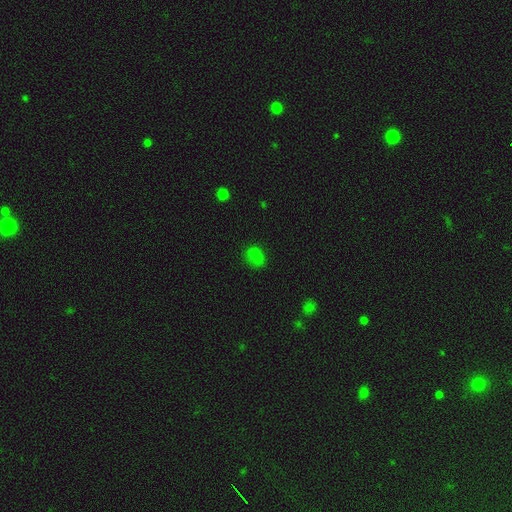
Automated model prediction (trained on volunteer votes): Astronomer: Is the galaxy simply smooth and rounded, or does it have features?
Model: smooth — 74%.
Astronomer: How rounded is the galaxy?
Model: in between — 67%.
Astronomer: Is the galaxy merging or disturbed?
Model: none — 75%.